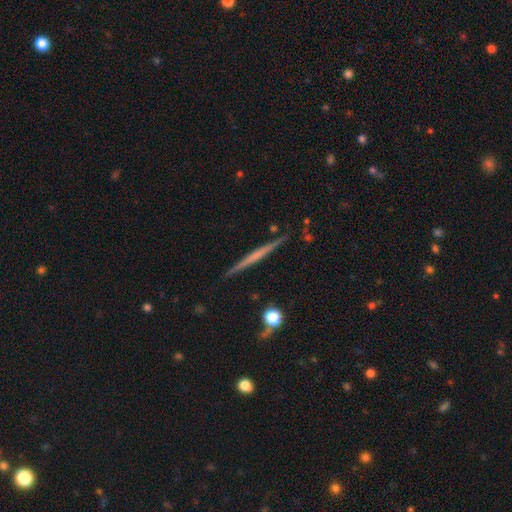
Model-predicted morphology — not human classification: featured or disk 62%, smooth 33%, star or artifact 6%. Down the decision tree: edge-on disk — yes (98%); edge-on bulge — none (79%); merging — none (89%).